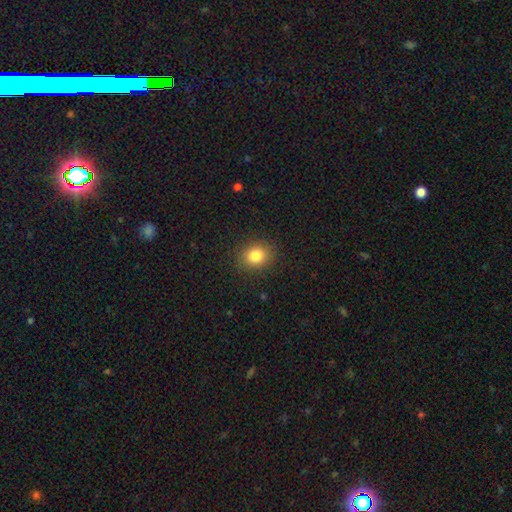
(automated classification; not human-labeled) Q: Smooth or featured?
A: smooth (83%); runner-up: star or artifact (11%)
Q: How rounded?
A: round (63%); runner-up: in between (36%)
Q: Merging?
A: none (88%); runner-up: minor disturbance (8%)